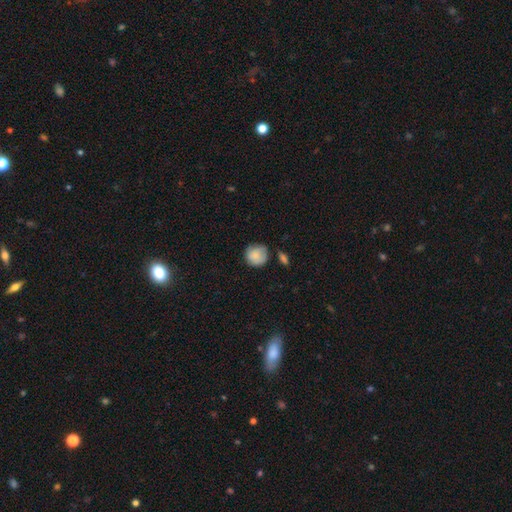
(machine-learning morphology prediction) A smooth galaxy with no disk features (83%) that is round (89%). Merging: none (66%).